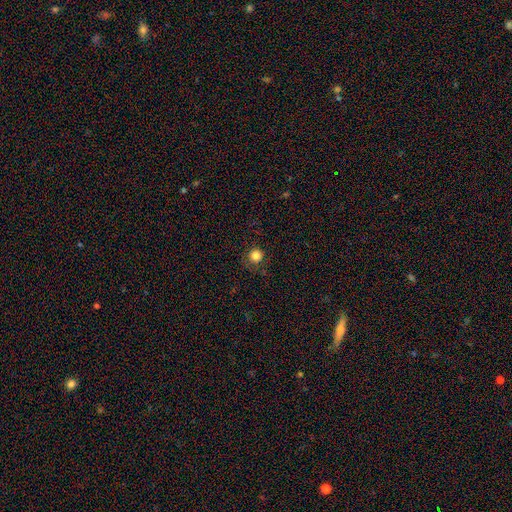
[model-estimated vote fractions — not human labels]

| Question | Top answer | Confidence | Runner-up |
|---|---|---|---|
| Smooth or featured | smooth | 83% | star or artifact (13%) |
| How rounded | round | 94% | in between (5%) |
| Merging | none | 85% | minor disturbance (10%) |